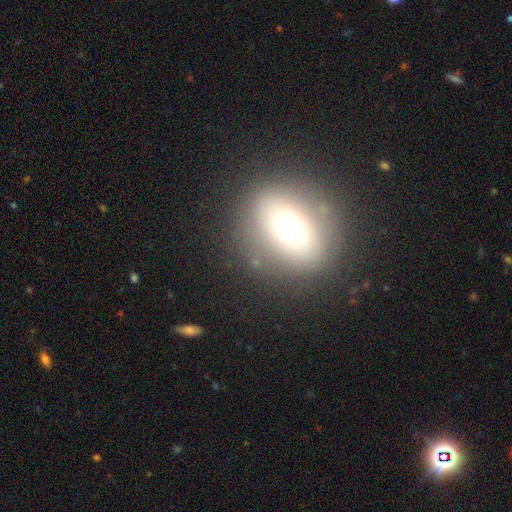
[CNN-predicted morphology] This is likely a smooth galaxy (65%). How rounded: possibly round (54%). Merging: clearly none (80%).